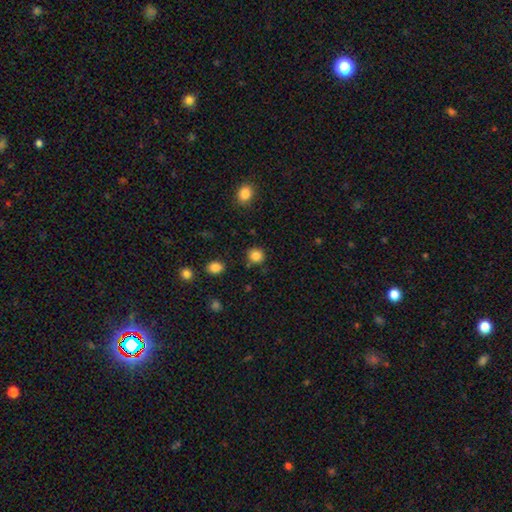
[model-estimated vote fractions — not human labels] This is clearly a smooth galaxy (85%). How rounded: clearly round (88%). Merging: clearly none (84%).